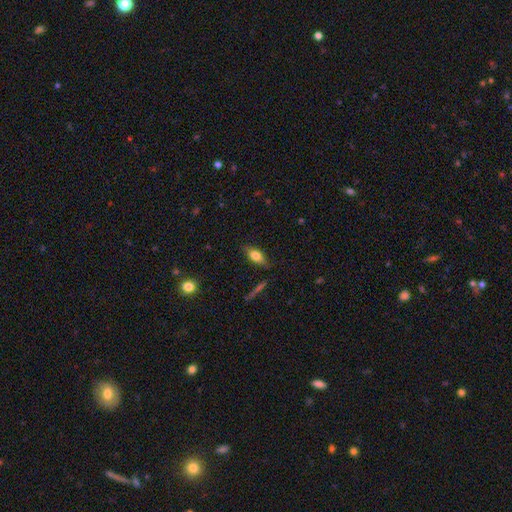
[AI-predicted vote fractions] smooth-or-featured: smooth: 69% | featured or disk: 23% | star or artifact: 8%
  how-rounded: in between: 77% | cigar-shaped: 17% | round: 5%
  merging: none: 80% | minor disturbance: 14% | major disturbance: 3% | merger: 2%